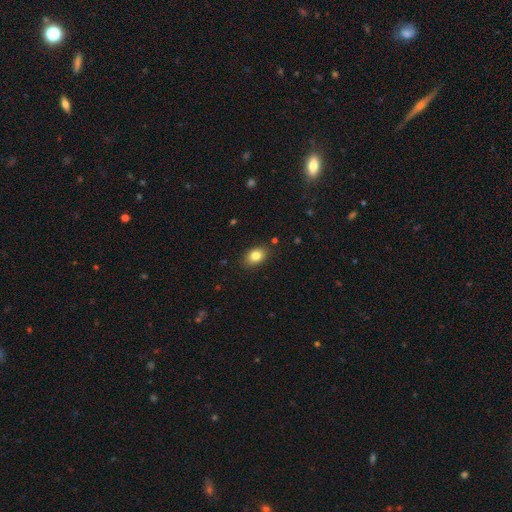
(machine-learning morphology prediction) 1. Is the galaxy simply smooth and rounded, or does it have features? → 82% smooth, 9% star or artifact, 9% featured or disk.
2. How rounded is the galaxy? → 77% in between, 22% round, 1% cigar-shaped.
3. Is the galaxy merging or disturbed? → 86% none, 10% minor disturbance, 2% major disturbance, 1% merger.